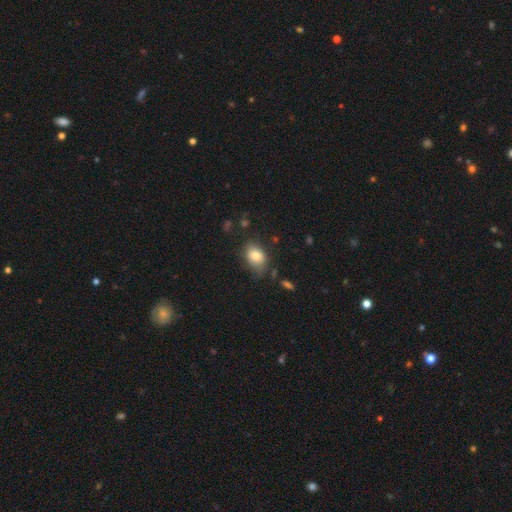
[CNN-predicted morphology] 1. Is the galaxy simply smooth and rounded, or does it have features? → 80% smooth, 11% featured or disk, 9% star or artifact.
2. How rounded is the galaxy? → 74% in between, 25% round, 1% cigar-shaped.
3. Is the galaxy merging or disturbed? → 67% none, 24% minor disturbance, 6% major disturbance, 3% merger.